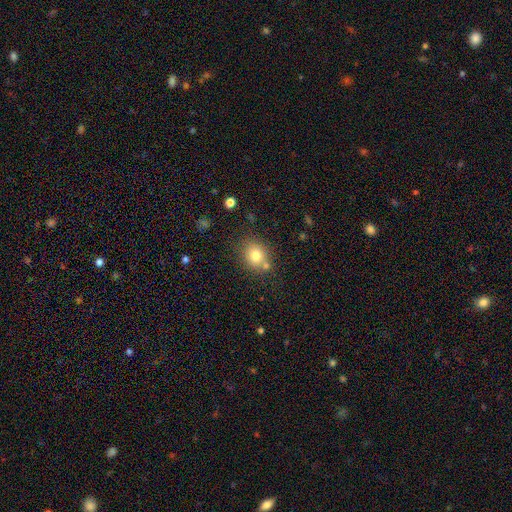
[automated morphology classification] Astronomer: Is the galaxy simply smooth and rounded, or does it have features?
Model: smooth — 77%.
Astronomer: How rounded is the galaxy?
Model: round — 71%.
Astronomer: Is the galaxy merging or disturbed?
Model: none — 69%.